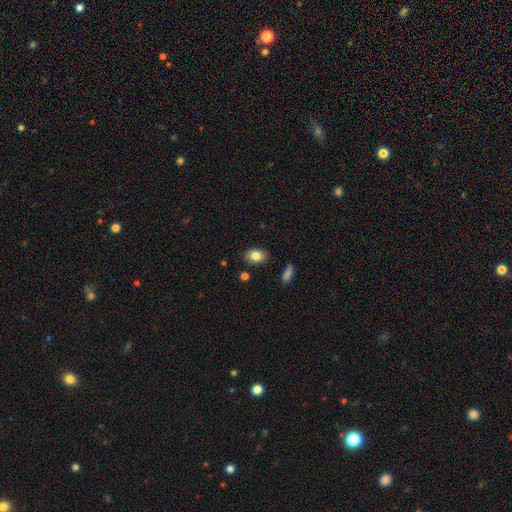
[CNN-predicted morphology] A smooth galaxy with no disk features (82%) that is in between round and cigar-shaped (83%).

Vote fractions:
- Smooth or featured? smooth: 82% / featured or disk: 9% / star or artifact: 8%
- How rounded? in between: 83% / round: 15% / cigar-shaped: 1%
- Merging? none: 85% / minor disturbance: 10% / major disturbance: 2% / merger: 2%